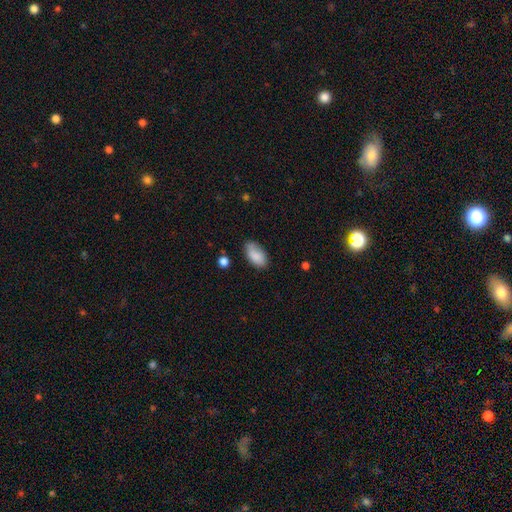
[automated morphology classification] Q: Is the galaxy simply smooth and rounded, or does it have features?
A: smooth — 86%.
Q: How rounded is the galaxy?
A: in between — 94%.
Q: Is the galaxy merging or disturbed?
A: none — 70%.